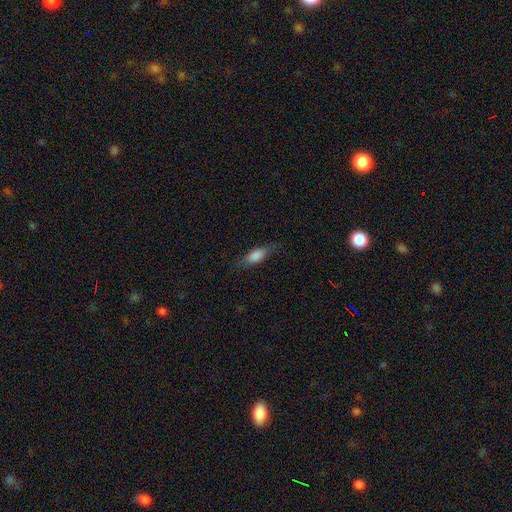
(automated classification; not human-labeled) The model was most divided on "how rounded": in between: 66%, cigar-shaped: 31%, round: 3%. More confident: merging — none (75%); smooth or featured — smooth (75%).